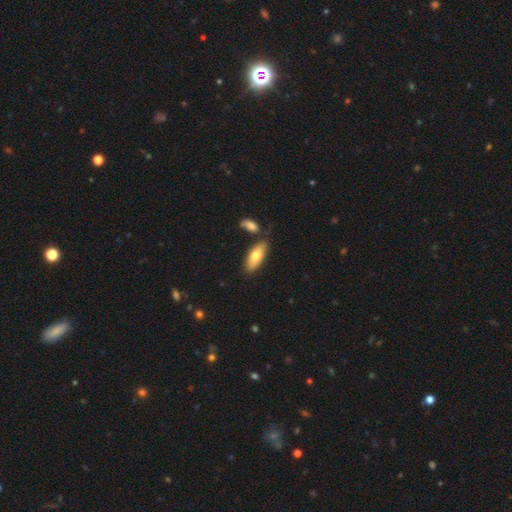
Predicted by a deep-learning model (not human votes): smooth_or_featured: smooth (p=0.72) [alt: featured or disk p=0.22]
how_rounded: in between (p=0.77) [alt: cigar-shaped p=0.20]
merging: none (p=0.73) [alt: minor disturbance p=0.13]